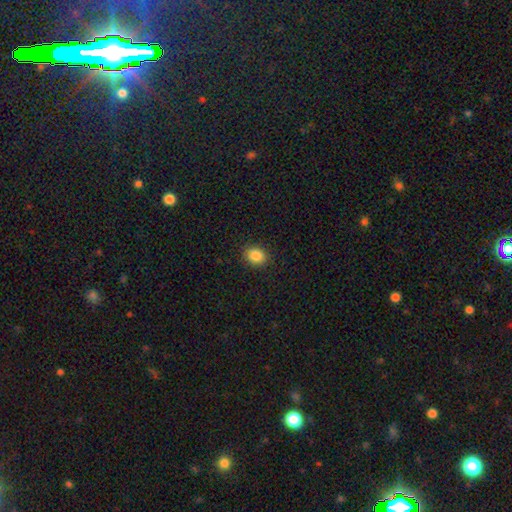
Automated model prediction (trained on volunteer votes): A smooth galaxy with no disk features (86%) that is round (53%).

Vote fractions:
- Smooth or featured? smooth: 86% / star or artifact: 10% / featured or disk: 4%
- How rounded? round: 53% / in between: 46% / cigar-shaped: 1%
- Merging? none: 89% / minor disturbance: 7% / major disturbance: 2% / merger: 1%